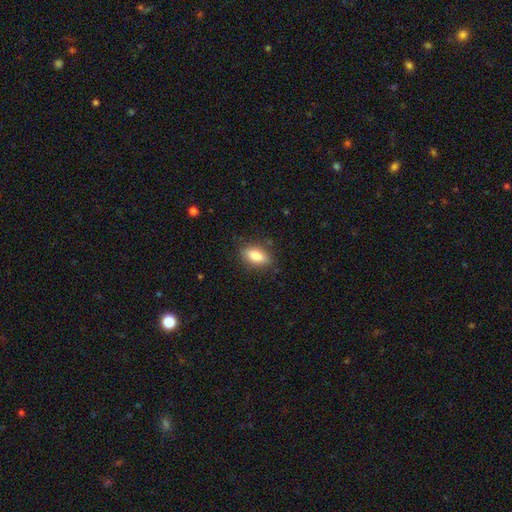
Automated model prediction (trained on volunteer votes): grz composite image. It shows a smooth galaxy with no disk features (81%) that is in between round and cigar-shaped (84%). Merging: none (84%).